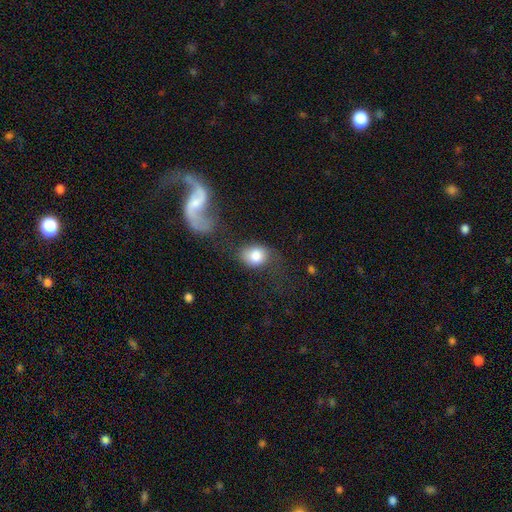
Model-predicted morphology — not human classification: This is clearly a smooth galaxy (81%). How rounded: possibly in between (50%). Merging: possibly none (49%).